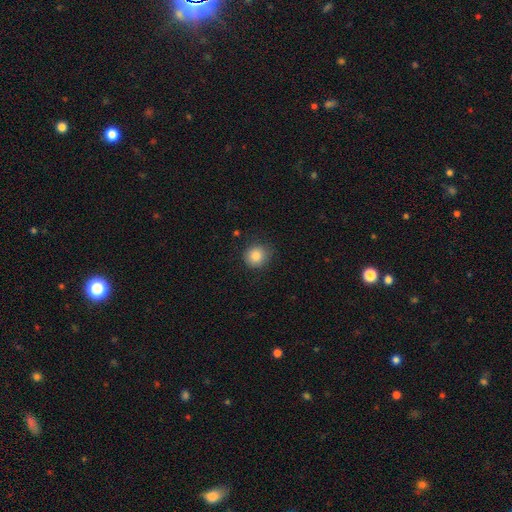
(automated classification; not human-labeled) smooth_or_featured: smooth (p=0.84) [alt: star or artifact p=0.10]
how_rounded: round (p=0.87) [alt: in between p=0.12]
merging: none (p=0.80) [alt: minor disturbance p=0.15]